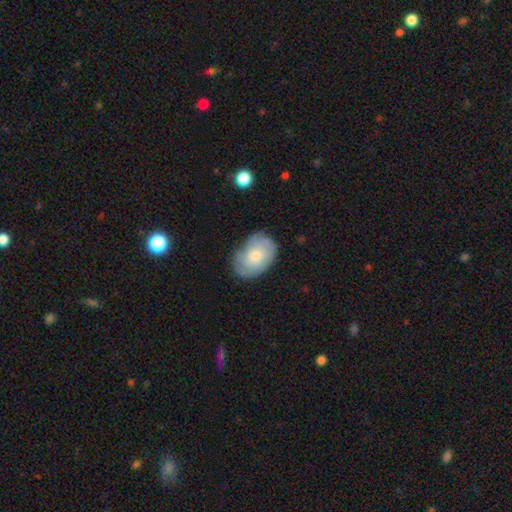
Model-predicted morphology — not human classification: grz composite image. It shows a smooth galaxy with no disk features (52%) that is in between round and cigar-shaped (76%). Merging: none (68%).